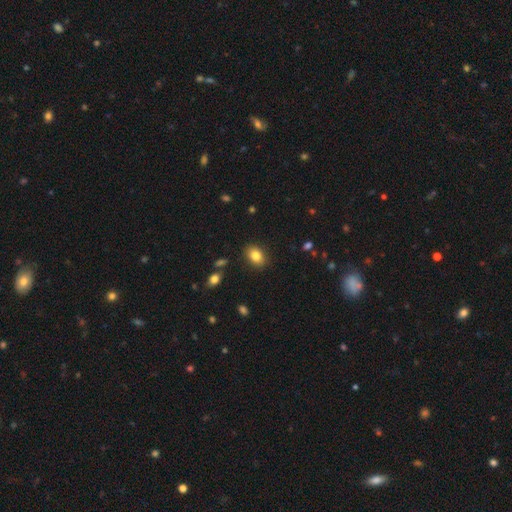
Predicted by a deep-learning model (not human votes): Overall: smooth (83%). How rounded: in between (75%). Merging: none (87%).